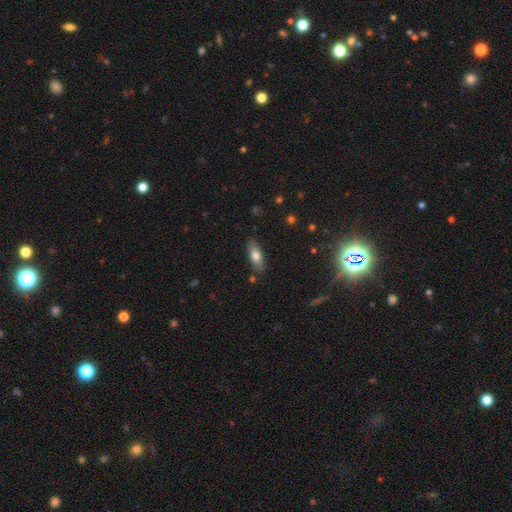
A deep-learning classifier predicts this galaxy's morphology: A smooth galaxy with no disk features (69%) that is in between round and cigar-shaped (65%). Merging: none (84%).